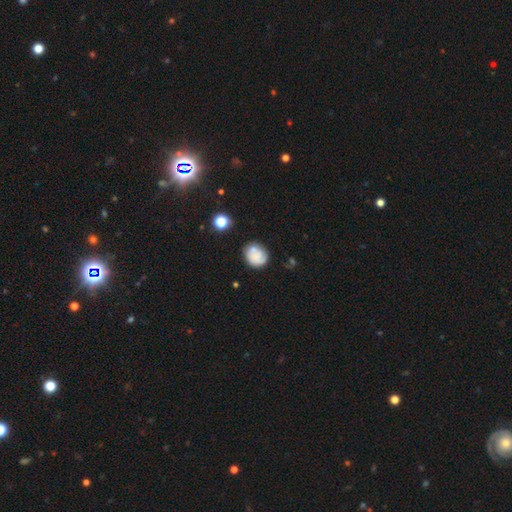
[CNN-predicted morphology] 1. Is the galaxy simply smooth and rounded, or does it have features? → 60% smooth, 29% featured or disk, 10% star or artifact.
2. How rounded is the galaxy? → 65% round, 34% in between, 1% cigar-shaped.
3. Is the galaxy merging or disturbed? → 61% none, 22% minor disturbance, 10% merger, 7% major disturbance.